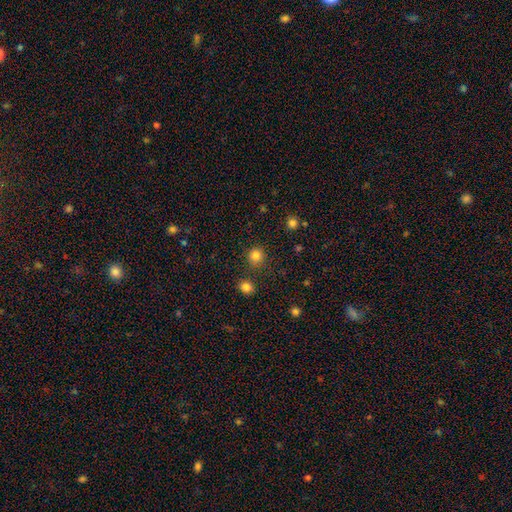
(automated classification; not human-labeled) smooth_or_featured: smooth (p=0.83) [alt: star or artifact p=0.13]
how_rounded: round (p=0.93) [alt: in between p=0.06]
merging: none (p=0.87) [alt: minor disturbance p=0.06]